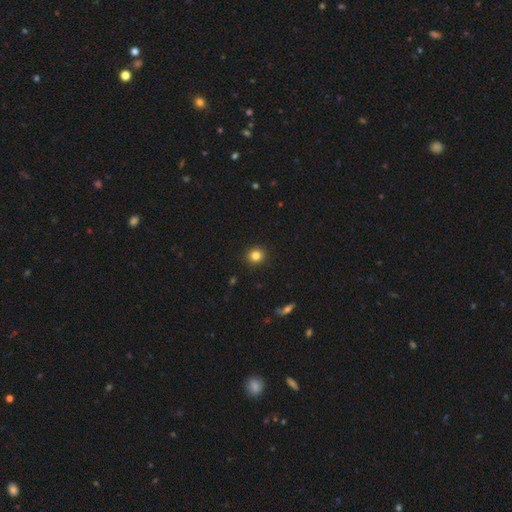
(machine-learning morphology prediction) This appears to be a smooth galaxy with no disk features (83%) that is round (92%). Merging: none (92%).